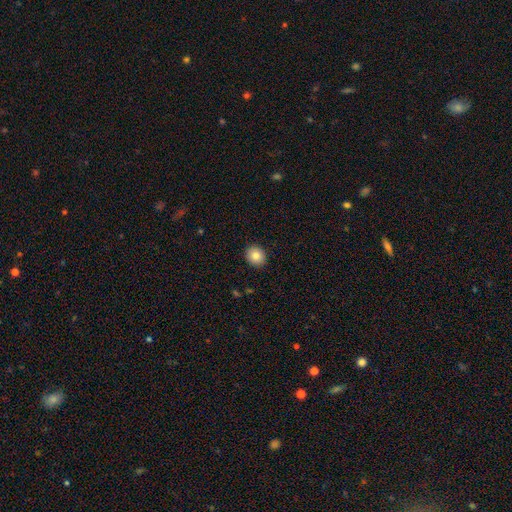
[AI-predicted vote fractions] Q: Smooth or featured?
A: smooth (82%); runner-up: featured or disk (9%)
Q: How rounded?
A: round (73%); runner-up: in between (26%)
Q: Merging?
A: none (91%); runner-up: minor disturbance (6%)